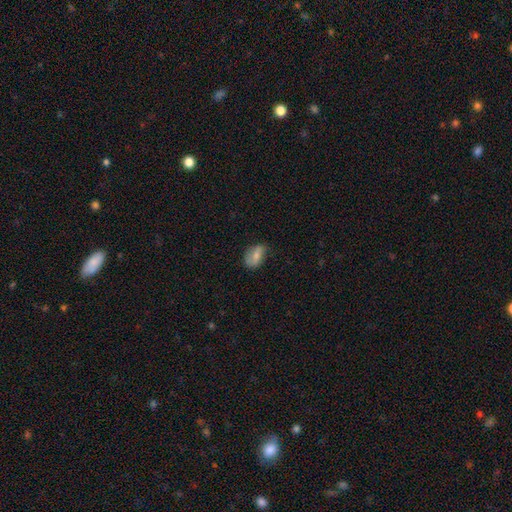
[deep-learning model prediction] Overall: smooth (67%). How rounded: in between (85%). Merging: none (63%; minor disturbance 28%).